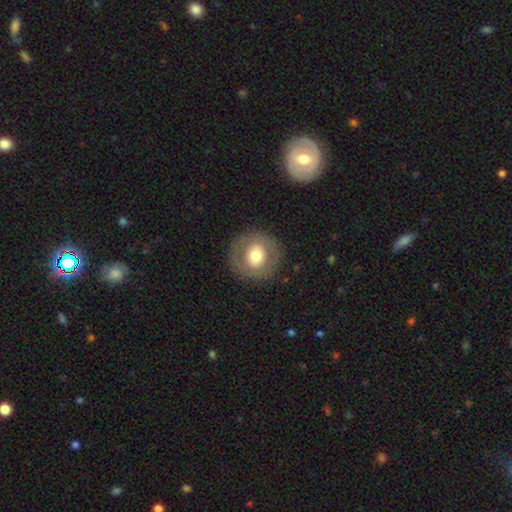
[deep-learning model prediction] Smooth or featured: smooth — 61% (featured or disk — 31%)
How rounded: round — 93% (in between — 6%)
Merging: none — 87% (minor disturbance — 8%)